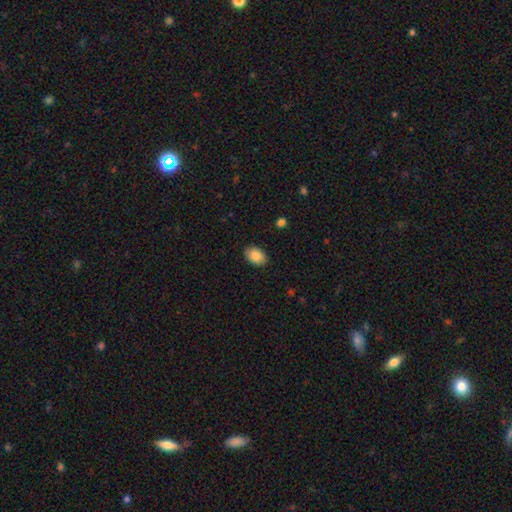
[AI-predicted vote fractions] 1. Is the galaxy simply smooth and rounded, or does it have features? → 87% smooth, 7% star or artifact, 6% featured or disk.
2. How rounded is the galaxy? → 85% in between, 14% round, 1% cigar-shaped.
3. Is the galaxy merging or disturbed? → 87% none, 10% minor disturbance, 2% major disturbance, 1% merger.